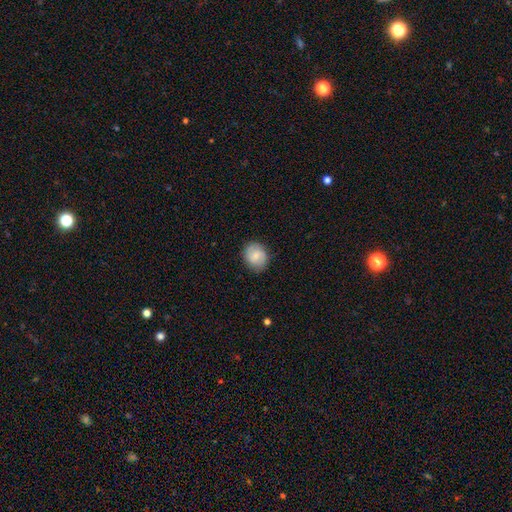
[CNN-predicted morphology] type=smooth (68%); roundness=round (72%); merging=none (84%).